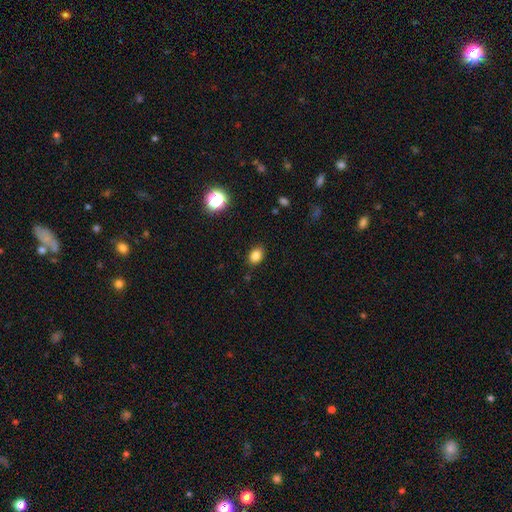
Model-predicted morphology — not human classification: Smooth or featured?
  - smooth: 83% *
  - star or artifact: 12%
  - featured or disk: 5%
How rounded?
  - in between: 69% *
  - round: 30%
  - cigar-shaped: 1%
Merging?
  - none: 87% *
  - minor disturbance: 9%
  - major disturbance: 2%
  - merger: 1%